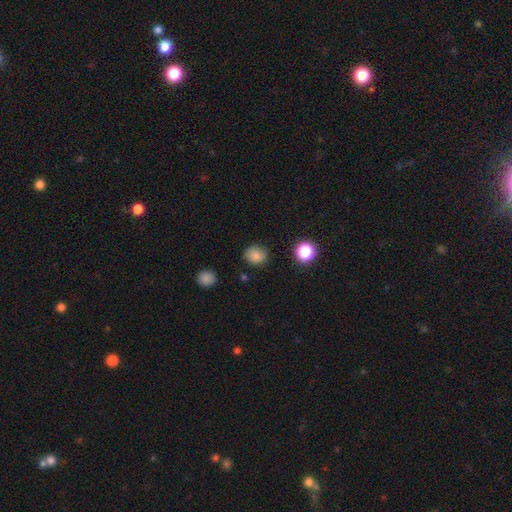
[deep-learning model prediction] This is clearly a smooth galaxy (82%). How rounded: likely round (75%). Merging: clearly none (84%).